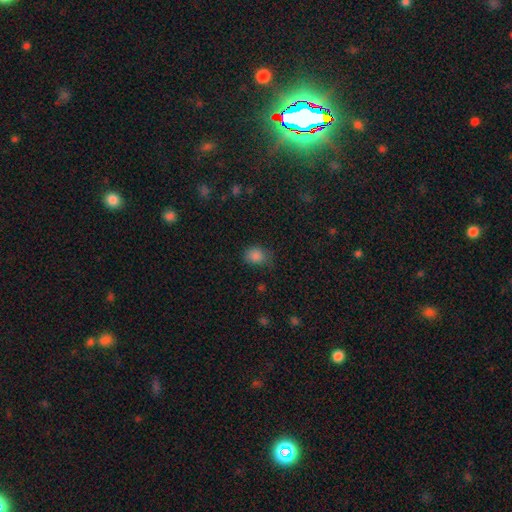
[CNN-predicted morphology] A smooth galaxy with no disk features (84%) that is round (54%). Merging: none (64%).